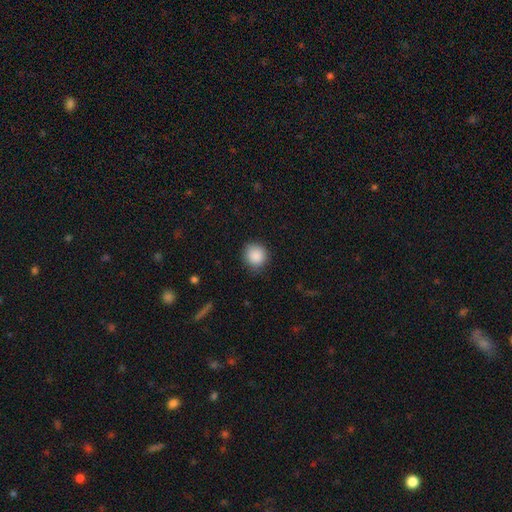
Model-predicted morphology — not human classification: A smooth galaxy with no disk features (88%) that is round (89%).

Vote fractions:
- Smooth or featured? smooth: 88% / star or artifact: 8% / featured or disk: 3%
- How rounded? round: 89% / in between: 10% / cigar-shaped: 1%
- Merging? none: 85% / minor disturbance: 11% / major disturbance: 3% / merger: 1%